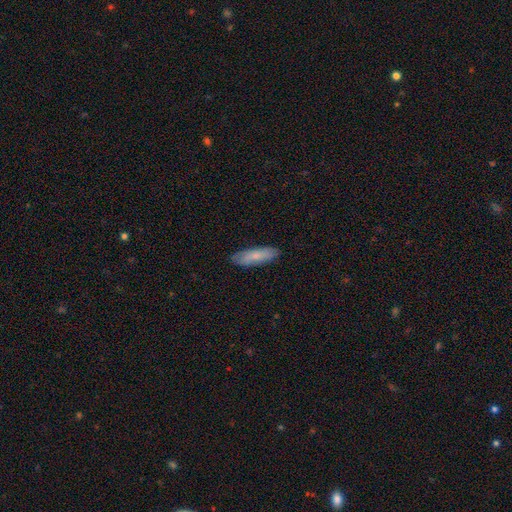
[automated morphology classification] This is likely a smooth galaxy (74%). How rounded: possibly cigar-shaped (57%). Merging: clearly none (84%).